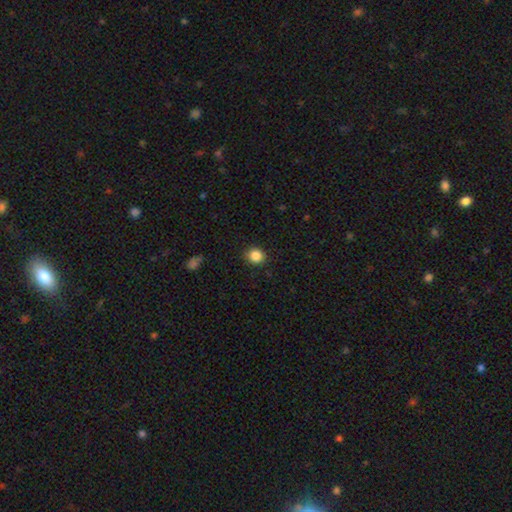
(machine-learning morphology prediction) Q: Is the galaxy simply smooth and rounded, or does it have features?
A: smooth — 86%.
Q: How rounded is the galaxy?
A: round — 86%.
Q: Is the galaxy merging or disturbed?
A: none — 90%.